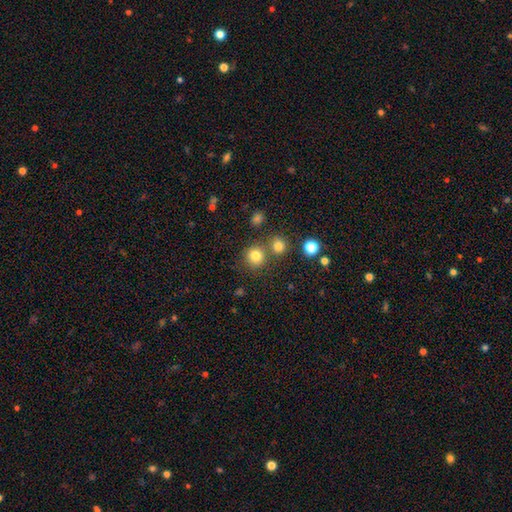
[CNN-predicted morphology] Smooth or featured? smooth (80%)
How rounded? round (92%)
Merging? none (73%)